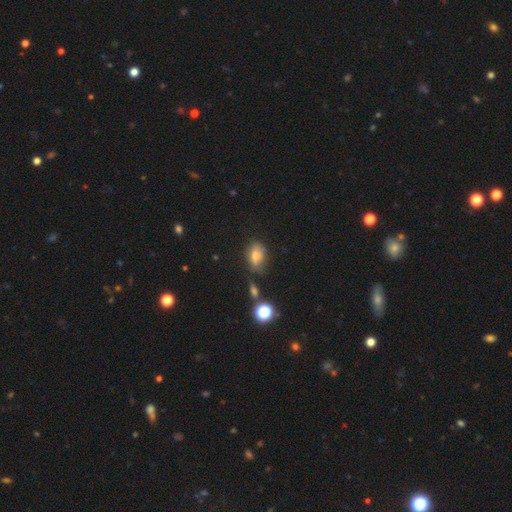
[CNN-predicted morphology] smooth 69%, featured or disk 16%, star or artifact 15%. Down the decision tree: how rounded — in between (81%); merging — none (59%).